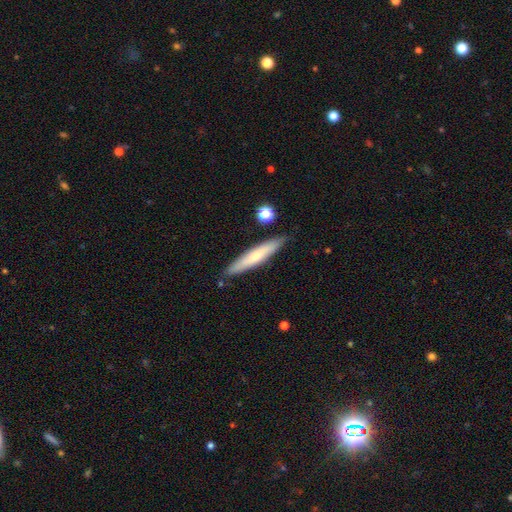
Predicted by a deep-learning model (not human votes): Smooth or featured? smooth (57%)
How rounded? cigar-shaped (90%)
Merging? none (86%)